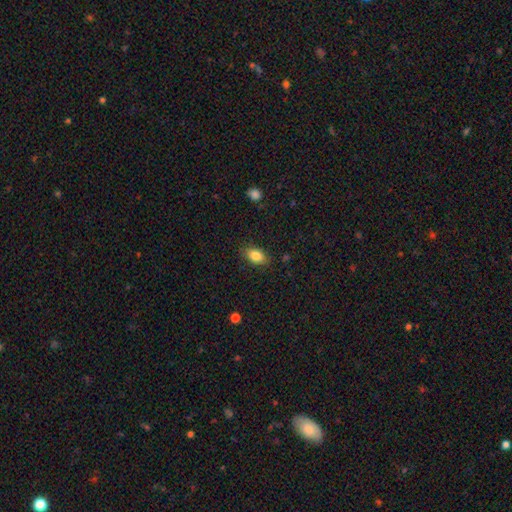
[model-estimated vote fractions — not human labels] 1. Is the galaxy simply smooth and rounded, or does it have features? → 85% smooth, 8% star or artifact, 6% featured or disk.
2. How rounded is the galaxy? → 87% in between, 11% round, 2% cigar-shaped.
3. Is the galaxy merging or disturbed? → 86% none, 11% minor disturbance, 3% major disturbance, 1% merger.